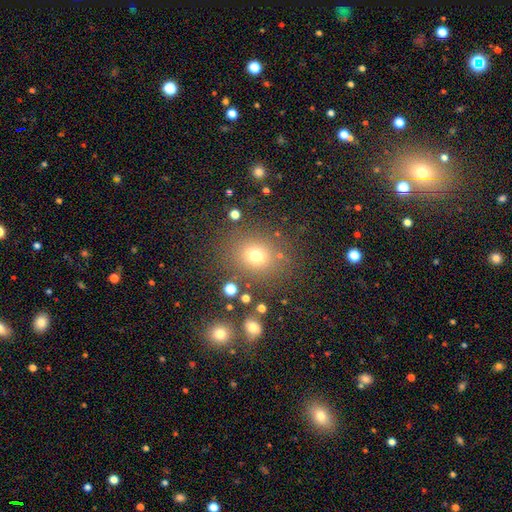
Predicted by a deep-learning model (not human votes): Smooth or featured? smooth (72%)
How rounded? round (68%)
Merging? none (80%)